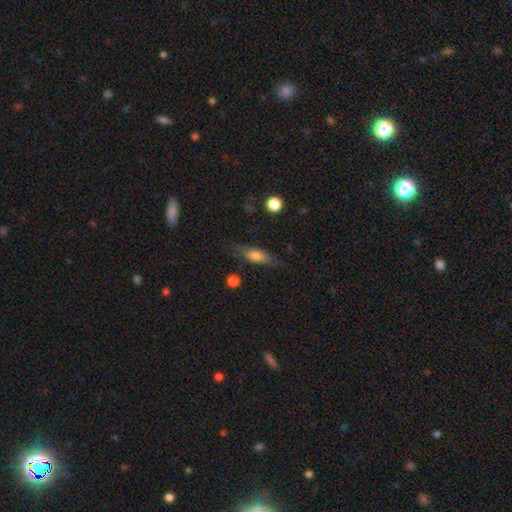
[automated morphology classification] Smooth or featured? Predicted: smooth (p=0.62). How rounded? Predicted: in between (p=0.50). Merging? Predicted: none (p=0.75).